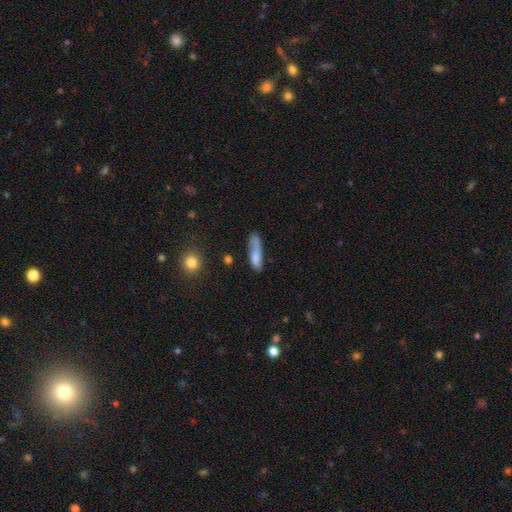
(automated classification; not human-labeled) Morphology: type=smooth (75%); roundness=cigar-shaped (69%); merging=none (50%).